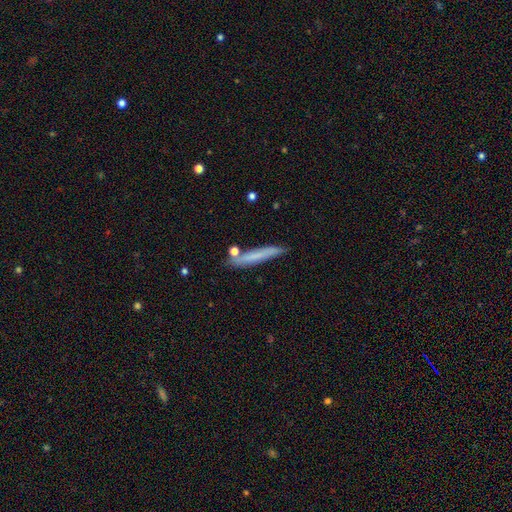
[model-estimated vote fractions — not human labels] Smooth or featured? Predicted: smooth (p=0.66). How rounded? Predicted: cigar-shaped (p=0.94). Merging? Predicted: none (p=0.79).